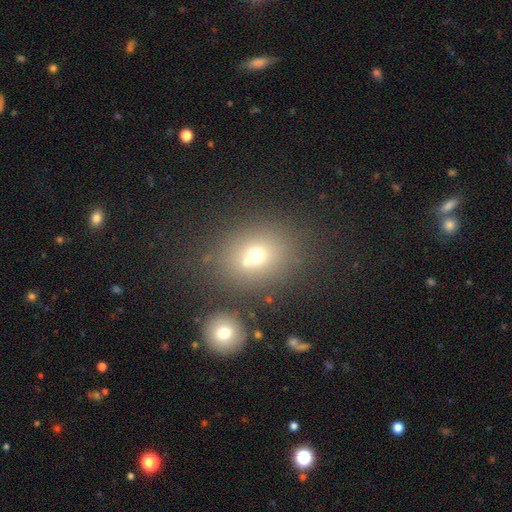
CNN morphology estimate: Overall: smooth (66%). How rounded: round (59%; in between 40%). Merging: none (63%).